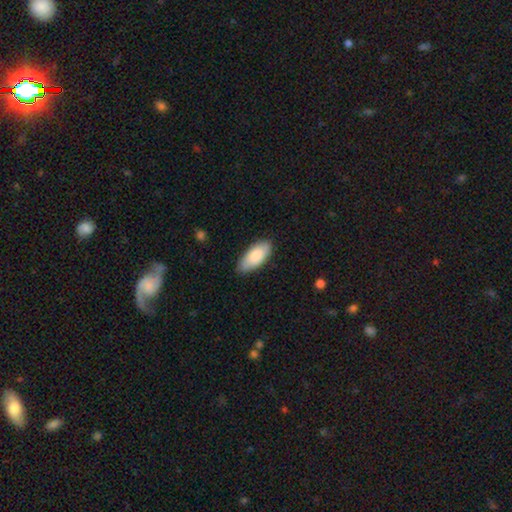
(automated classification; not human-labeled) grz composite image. It shows a smooth galaxy with no disk features (84%) that is in between round and cigar-shaped (90%). Merging: none (82%).